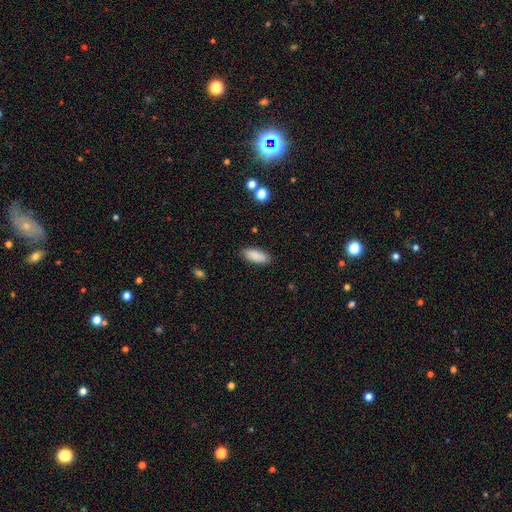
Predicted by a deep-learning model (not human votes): This appears to be a smooth galaxy with no disk features (89%) that is in between round and cigar-shaped (85%). Merging: none (88%).